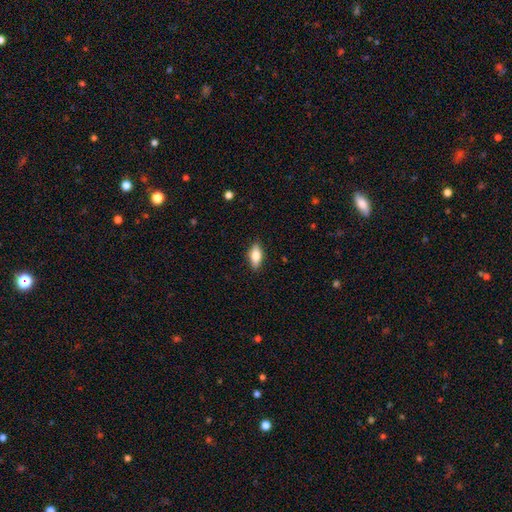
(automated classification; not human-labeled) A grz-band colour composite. It shows a smooth galaxy with no disk features (72%) that is in between round and cigar-shaped (82%). Merging: none (86%).